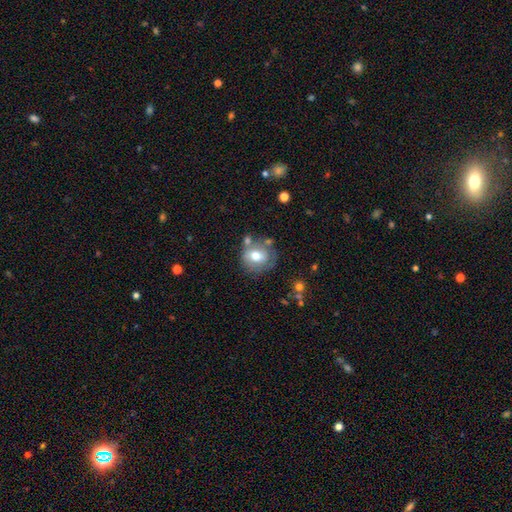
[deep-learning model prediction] Smooth or featured?
  - smooth: 62% *
  - featured or disk: 29%
  - star or artifact: 9%
How rounded?
  - round: 78% *
  - in between: 21%
  - cigar-shaped: 1%
Merging?
  - none: 62% *
  - minor disturbance: 20%
  - merger: 10%
  - major disturbance: 8%